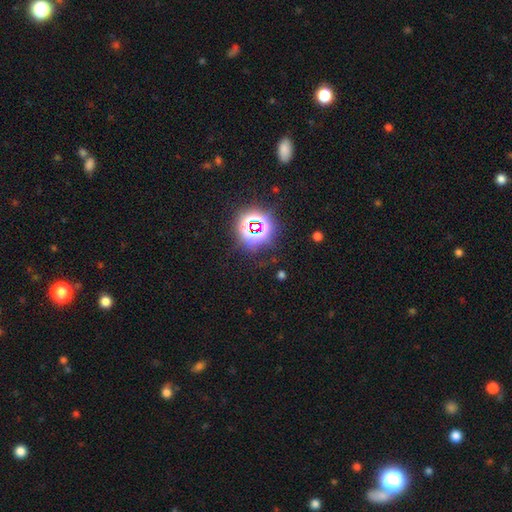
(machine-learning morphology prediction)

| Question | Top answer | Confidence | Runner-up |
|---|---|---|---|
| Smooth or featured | star or artifact | 82% | smooth (11%) |